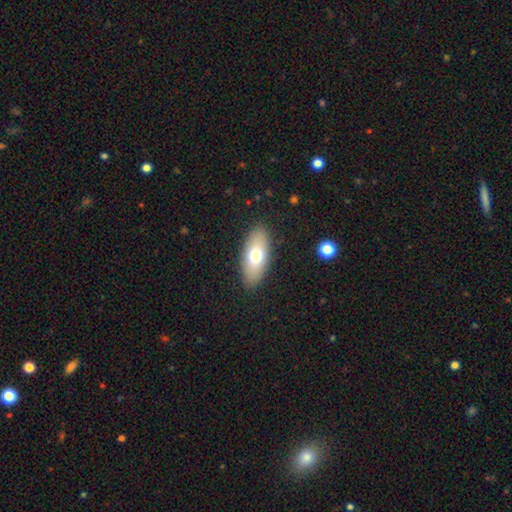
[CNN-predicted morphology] Overall: smooth (70%). How rounded: in between (86%). Merging: none (88%).